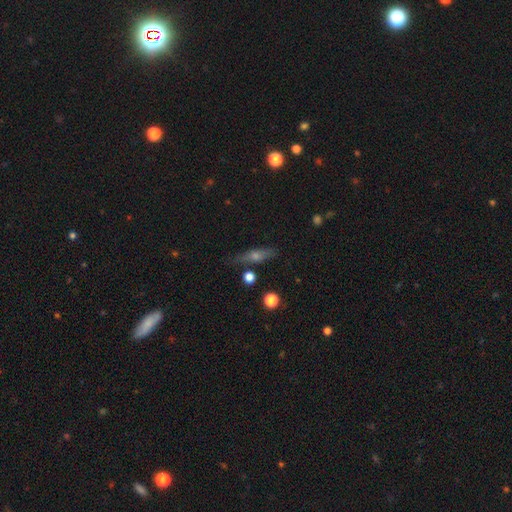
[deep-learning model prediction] Smooth or featured? featured or disk (47%)
Merging? none (79%)